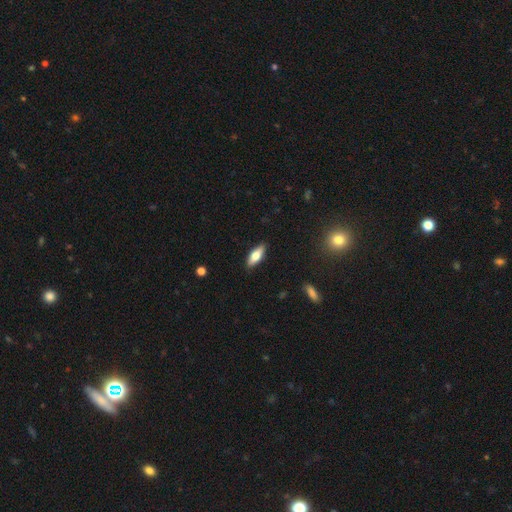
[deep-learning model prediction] Q: Smooth or featured?
A: smooth (68%); runner-up: featured or disk (25%)
Q: How rounded?
A: in between (67%); runner-up: cigar-shaped (30%)
Q: Merging?
A: none (88%); runner-up: minor disturbance (9%)